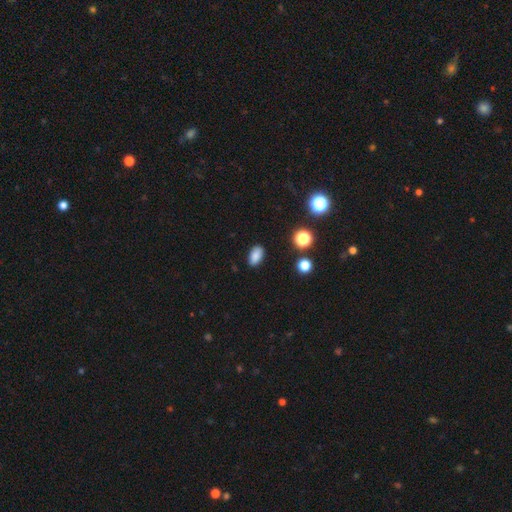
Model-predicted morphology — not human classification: A smooth galaxy with no disk features (84%) that is in between round and cigar-shaped (91%). Merging: none (87%).